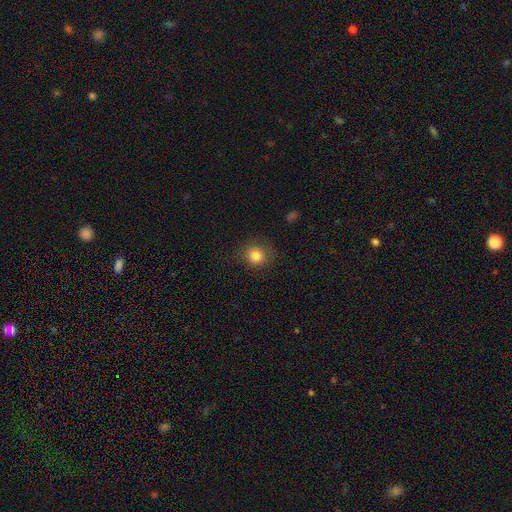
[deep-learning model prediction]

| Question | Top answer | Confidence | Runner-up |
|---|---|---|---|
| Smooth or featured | smooth | 82% | star or artifact (11%) |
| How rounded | round | 87% | in between (12%) |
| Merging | none | 83% | minor disturbance (11%) |